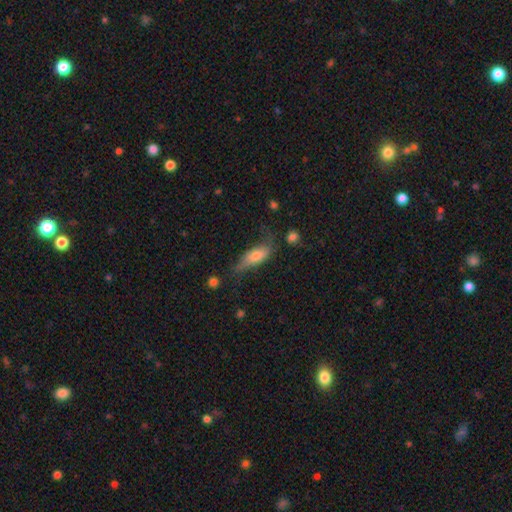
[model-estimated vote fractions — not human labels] The model was most divided on "merging": none: 44%, minor disturbance: 34%, major disturbance: 18%, merger: 3%. More confident: how rounded — in between (61%); smooth or featured — smooth (57%).